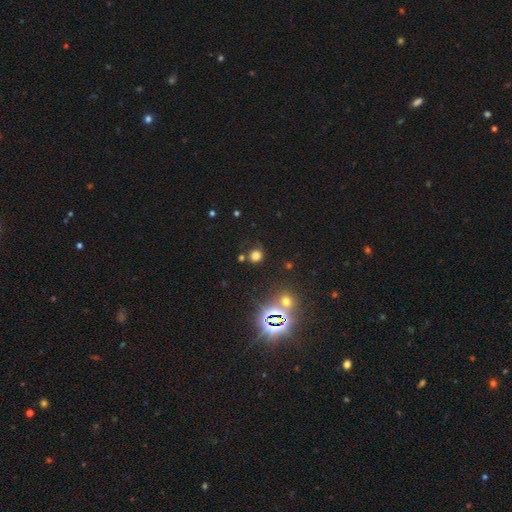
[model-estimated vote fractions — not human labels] Smooth or featured? Predicted: smooth (p=0.68). How rounded? Predicted: round (p=0.78). Merging? Predicted: none (p=0.74).